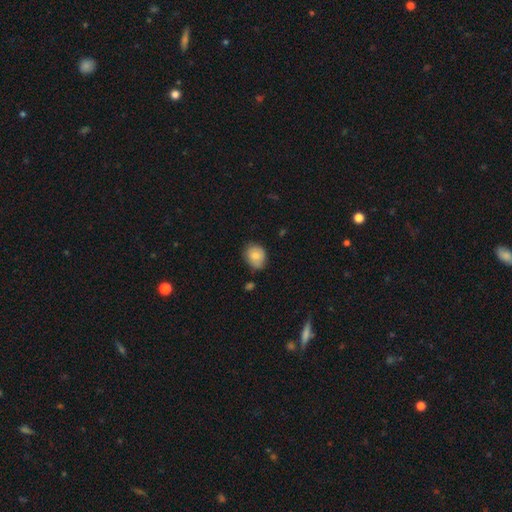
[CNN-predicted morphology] smooth_or_featured: smooth (p=0.80) [alt: featured or disk p=0.12]
how_rounded: round (p=0.50) [alt: in between p=0.49]
merging: none (p=0.66) [alt: minor disturbance p=0.27]